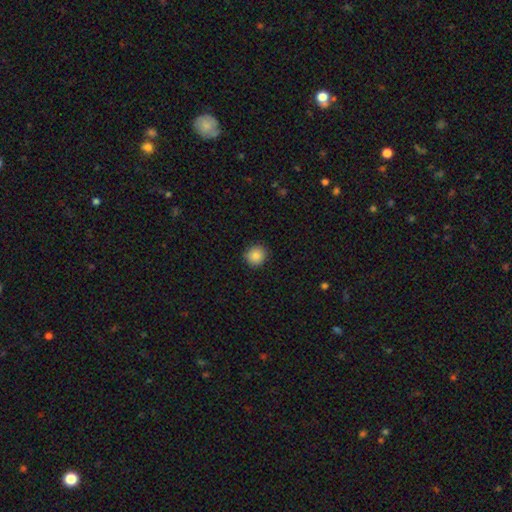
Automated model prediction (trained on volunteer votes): A smooth galaxy with no disk features (85%) that is round (89%).

Vote fractions:
- Smooth or featured? smooth: 85% / star or artifact: 10% / featured or disk: 5%
- How rounded? round: 89% / in between: 10% / cigar-shaped: 1%
- Merging? none: 89% / minor disturbance: 8% / major disturbance: 2% / merger: 1%